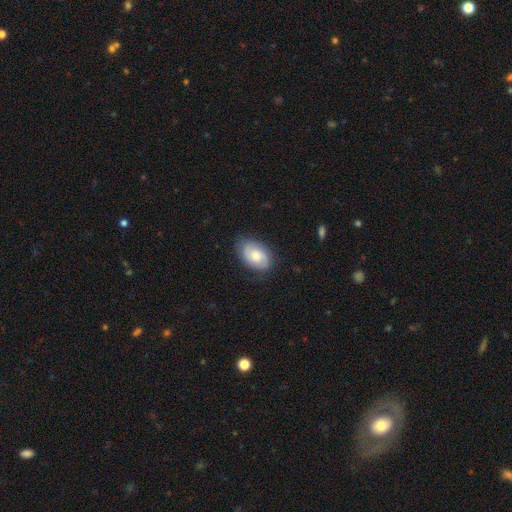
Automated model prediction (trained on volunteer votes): smooth 53%, featured or disk 41%, star or artifact 7%. Down the decision tree: how rounded — in between (88%); merging — none (78%).